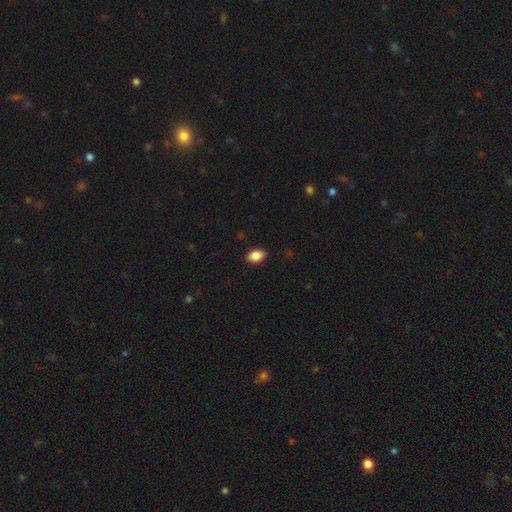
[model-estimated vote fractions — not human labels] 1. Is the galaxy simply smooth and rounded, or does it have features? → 87% smooth, 8% star or artifact, 5% featured or disk.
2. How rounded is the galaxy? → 87% in between, 11% round, 2% cigar-shaped.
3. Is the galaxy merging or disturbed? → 88% none, 9% minor disturbance, 2% major disturbance, 1% merger.